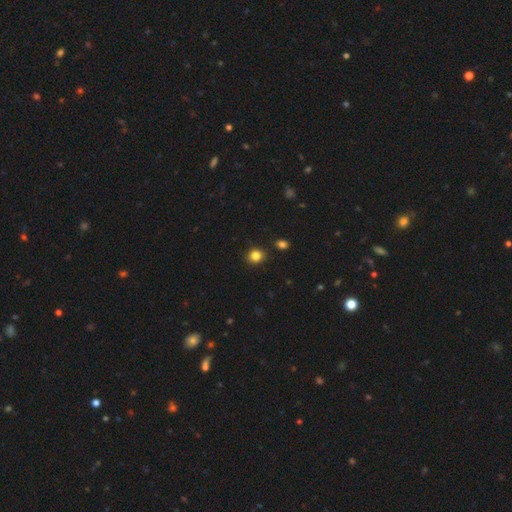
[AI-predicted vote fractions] smooth-or-featured: smooth: 83% | star or artifact: 12% | featured or disk: 5%
  how-rounded: round: 84% | in between: 15% | cigar-shaped: 1%
  merging: none: 89% | minor disturbance: 7% | merger: 2% | major disturbance: 2%